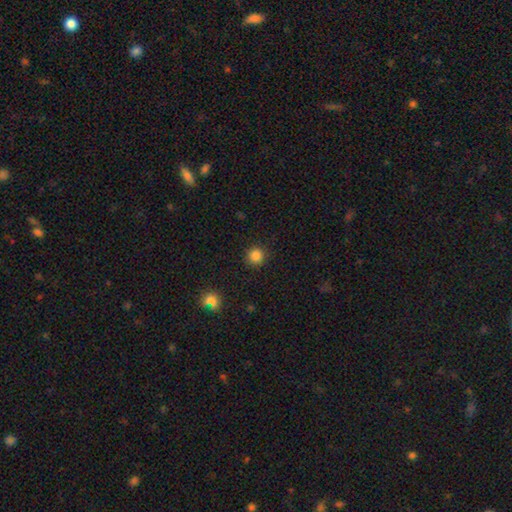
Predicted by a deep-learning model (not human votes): A smooth galaxy with no disk features (85%) that is round (94%).

Vote fractions:
- Smooth or featured? smooth: 85% / star or artifact: 11% / featured or disk: 4%
- How rounded? round: 94% / in between: 5% / cigar-shaped: 1%
- Merging? none: 91% / minor disturbance: 6% / major disturbance: 2% / merger: 1%